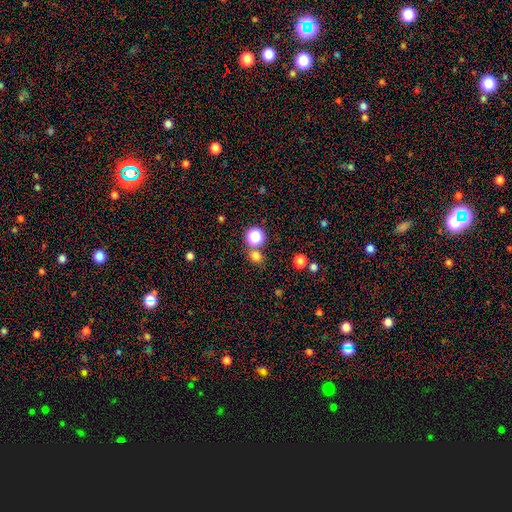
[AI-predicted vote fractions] A smooth galaxy with no disk features (73%) that is round (81%). Merging: none (73%).